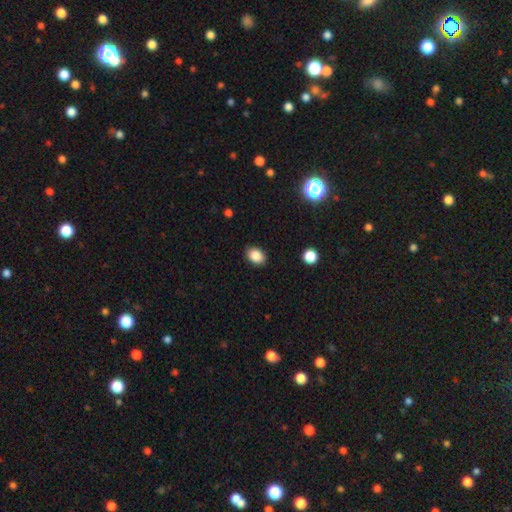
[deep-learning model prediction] A smooth galaxy with no disk features (87%) that is in between round and cigar-shaped (73%).

Vote fractions:
- Smooth or featured? smooth: 87% / star or artifact: 9% / featured or disk: 4%
- How rounded? in between: 73% / round: 26% / cigar-shaped: 1%
- Merging? none: 88% / minor disturbance: 9% / major disturbance: 2% / merger: 1%